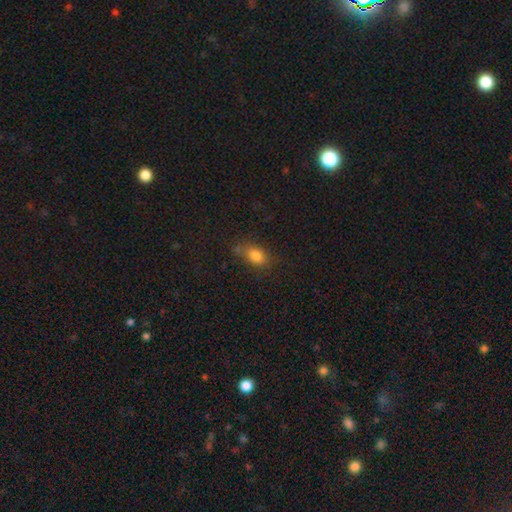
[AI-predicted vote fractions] Smooth or featured? smooth (80%)
How rounded? in between (75%)
Merging? none (66%)